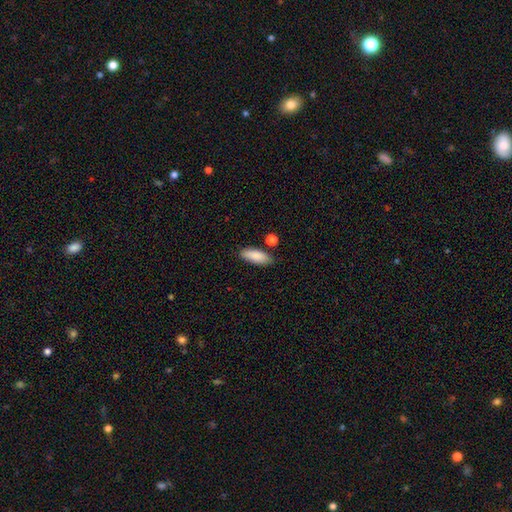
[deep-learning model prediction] The model was most divided on "how rounded": in between: 74%, cigar-shaped: 24%, round: 2%. More confident: smooth or featured — smooth (87%); merging — none (77%).